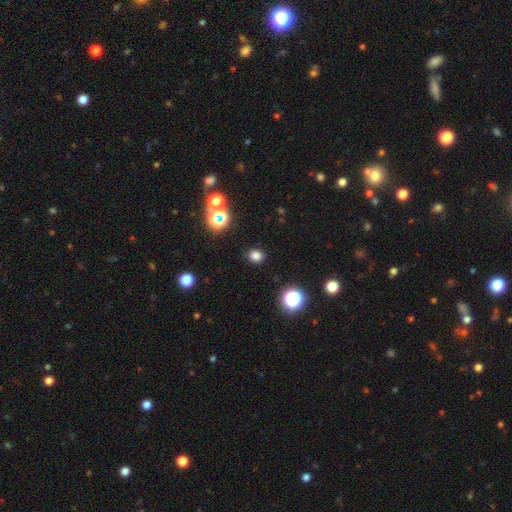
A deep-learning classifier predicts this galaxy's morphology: This appears to be a smooth galaxy with no disk features (78%) that is round (74%). Merging: none (90%).